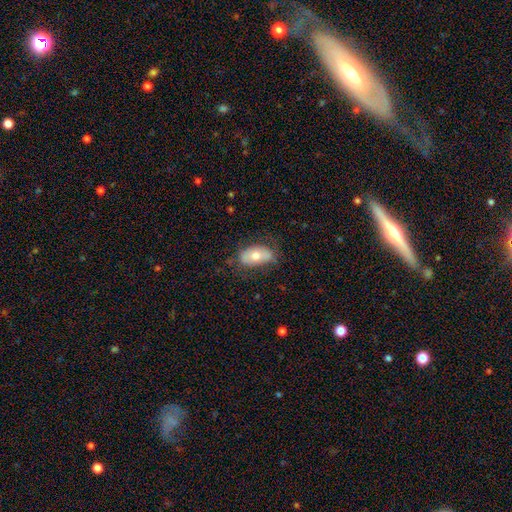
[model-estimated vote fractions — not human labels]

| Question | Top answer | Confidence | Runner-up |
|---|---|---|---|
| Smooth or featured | smooth | 65% | featured or disk (28%) |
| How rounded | in between | 92% | round (5%) |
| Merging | none | 71% | minor disturbance (20%) |